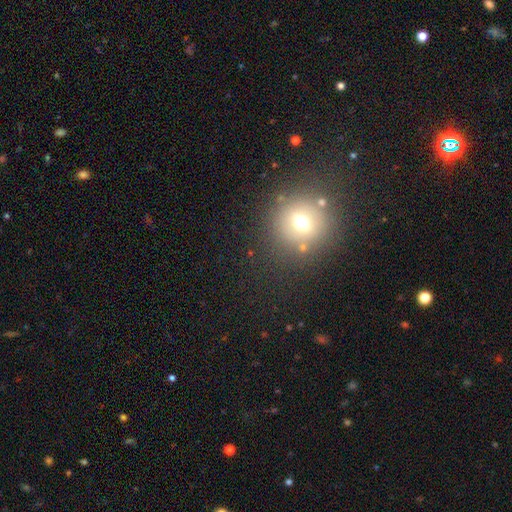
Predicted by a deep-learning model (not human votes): smooth_or_featured: smooth (p=0.50) [alt: star or artifact p=0.36]
how_rounded: round (p=0.89) [alt: in between p=0.09]
merging: none (p=0.81) [alt: minor disturbance p=0.10]